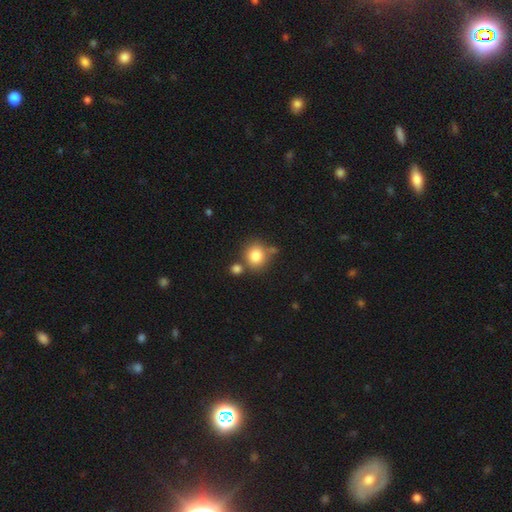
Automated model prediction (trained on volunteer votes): Smooth or featured? smooth (82%)
How rounded? round (82%)
Merging? none (64%)